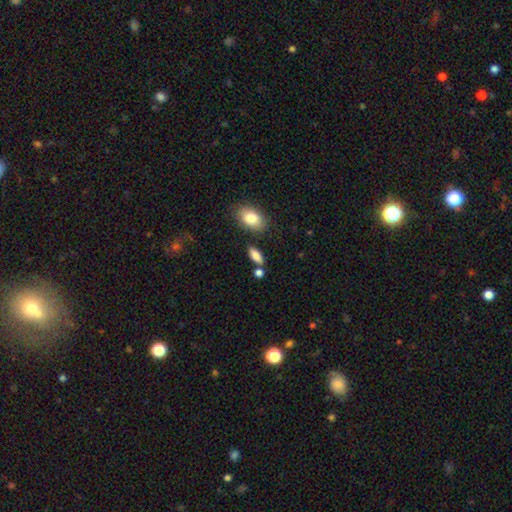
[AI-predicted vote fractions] This appears to be a smooth galaxy with no disk features (83%) that is in between round and cigar-shaped (72%). Merging: none (73%).